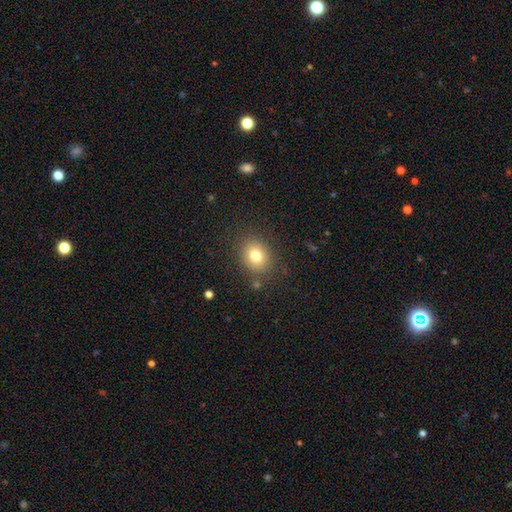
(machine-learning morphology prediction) Q: Smooth or featured?
A: smooth (78%); runner-up: star or artifact (12%)
Q: How rounded?
A: round (62%); runner-up: in between (37%)
Q: Merging?
A: none (84%); runner-up: minor disturbance (10%)